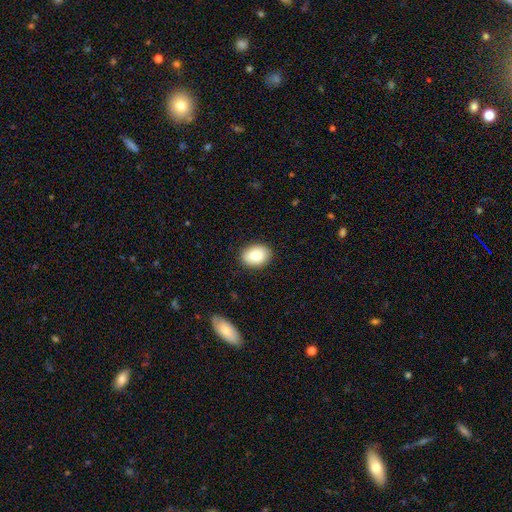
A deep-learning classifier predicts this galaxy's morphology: Overall: smooth (84%). How rounded: in between (75%). Merging: none (88%).